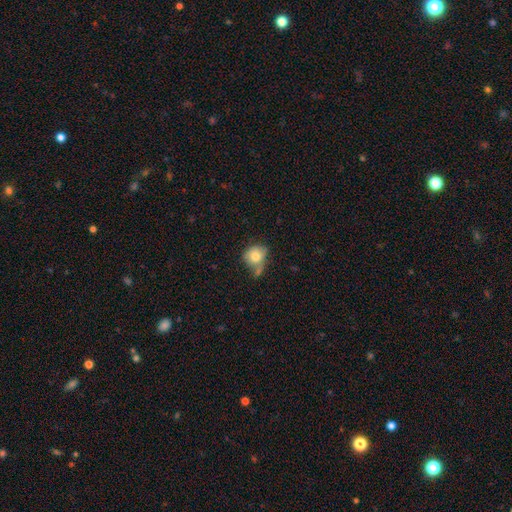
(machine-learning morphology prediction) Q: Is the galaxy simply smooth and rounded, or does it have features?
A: smooth — 76%.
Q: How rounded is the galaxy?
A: round — 64%.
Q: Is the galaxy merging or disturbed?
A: none — 40%.